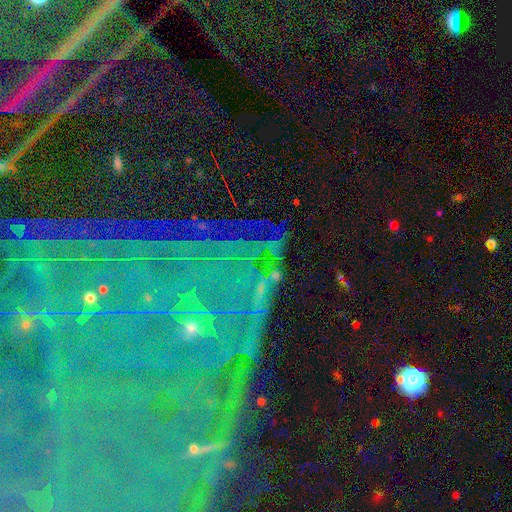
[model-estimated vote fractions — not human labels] This is likely a star or artifact rather than a galaxy (70%).